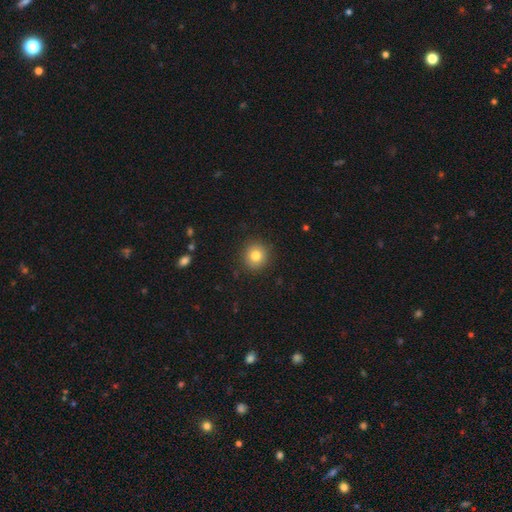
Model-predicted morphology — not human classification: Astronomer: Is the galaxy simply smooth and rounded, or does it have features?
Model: smooth — 80%.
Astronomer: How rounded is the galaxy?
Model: round — 93%.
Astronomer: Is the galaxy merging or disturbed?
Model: none — 91%.